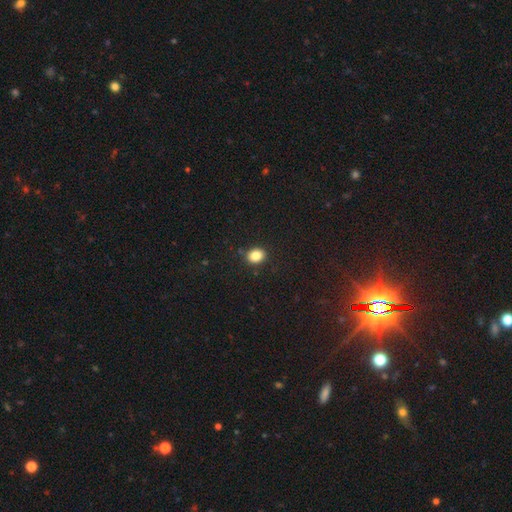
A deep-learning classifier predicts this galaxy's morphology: A smooth galaxy with no disk features (85%) that is round (58%). Merging: none (87%).